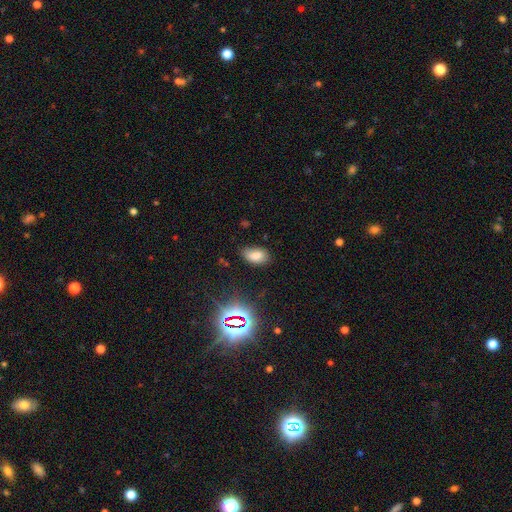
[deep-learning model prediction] smooth_or_featured: smooth (p=0.75) [alt: star or artifact p=0.16]
how_rounded: in between (p=0.92) [alt: round p=0.06]
merging: none (p=0.73) [alt: minor disturbance p=0.20]